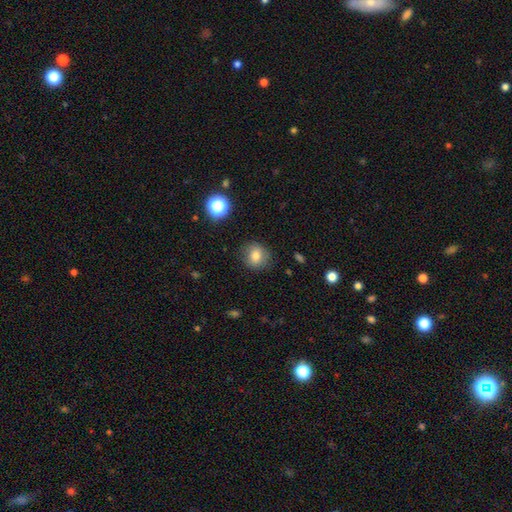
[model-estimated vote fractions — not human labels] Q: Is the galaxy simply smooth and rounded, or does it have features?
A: smooth — 78%.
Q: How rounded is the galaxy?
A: round — 83%.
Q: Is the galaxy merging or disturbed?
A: none — 84%.